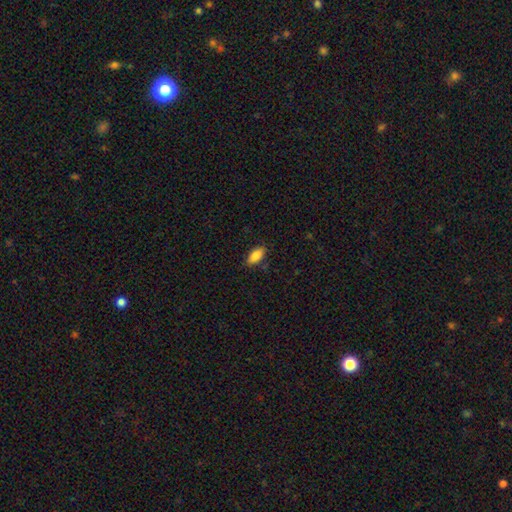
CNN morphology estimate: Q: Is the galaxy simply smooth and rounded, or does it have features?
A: smooth — 86%.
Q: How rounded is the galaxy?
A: in between — 89%.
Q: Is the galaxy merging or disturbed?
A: none — 83%.